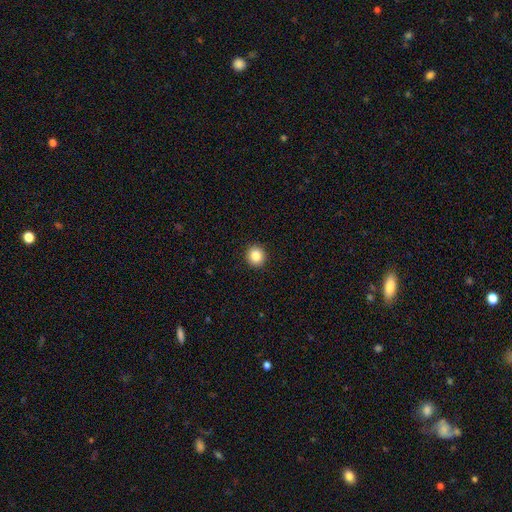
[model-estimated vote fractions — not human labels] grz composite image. It shows a smooth galaxy with no disk features (86%) that is round (92%). Merging: none (93%).